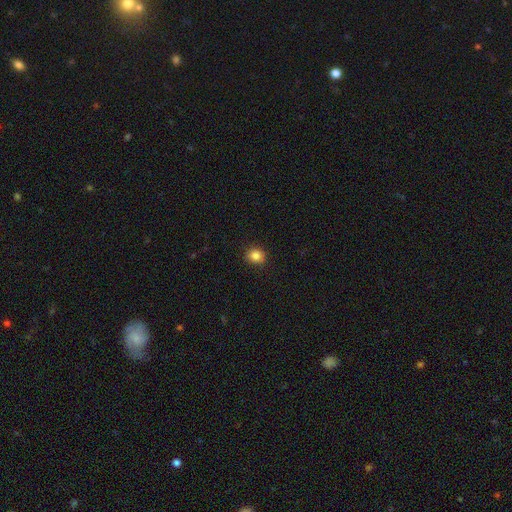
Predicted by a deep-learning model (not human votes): Morphology: type=smooth (86%); roundness=round (79%); merging=none (87%).